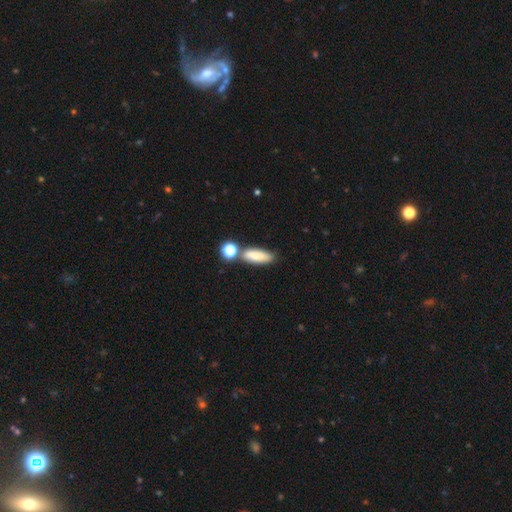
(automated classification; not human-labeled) Smooth or featured? smooth (79%)
How rounded? in between (52%)
Merging? none (60%)